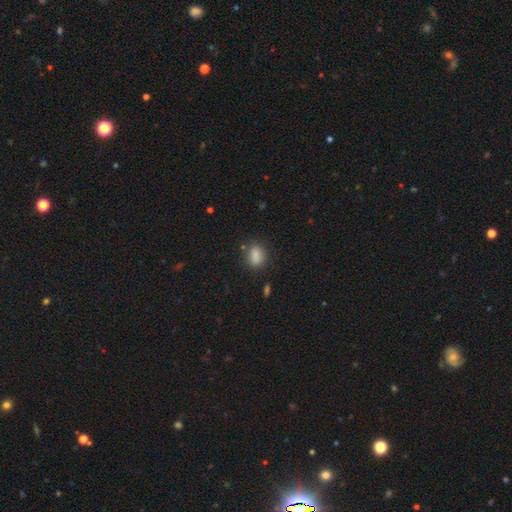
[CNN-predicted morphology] Overall: smooth (86%). How rounded: in between (76%). Merging: none (79%).